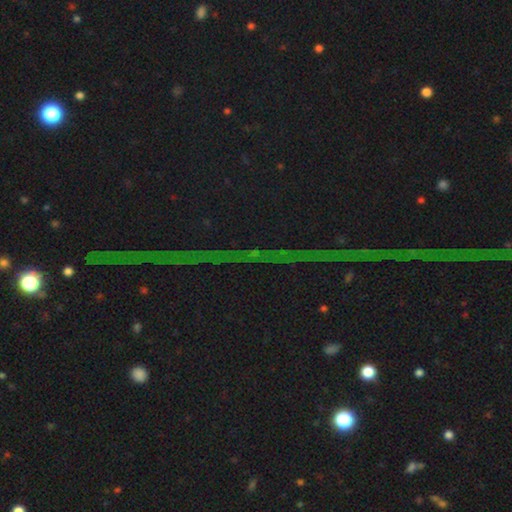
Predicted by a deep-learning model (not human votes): smooth_or_featured: star or artifact (p=0.84) [alt: featured or disk p=0.09]